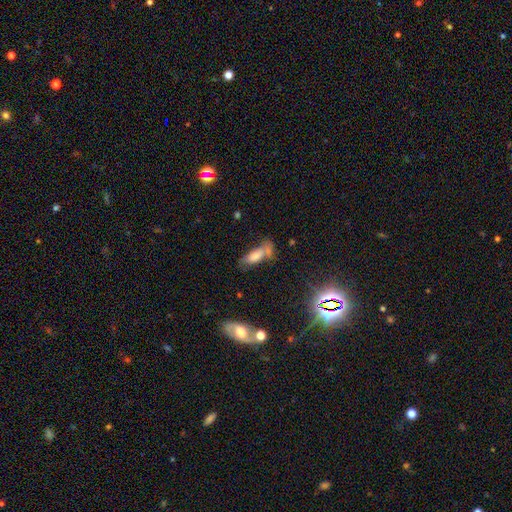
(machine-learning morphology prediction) smooth_or_featured: smooth (p=0.58) [alt: featured or disk p=0.24]
how_rounded: in between (p=0.64) [alt: cigar-shaped p=0.32]
merging: none (p=0.38) [alt: merger p=0.28]